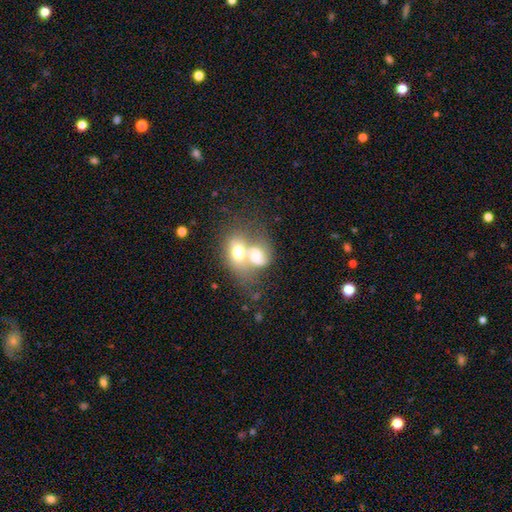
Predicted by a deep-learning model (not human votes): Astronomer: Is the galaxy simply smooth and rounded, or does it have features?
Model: smooth — 55% (runner-up: featured or disk, 36%).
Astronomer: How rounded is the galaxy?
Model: in between — 65%.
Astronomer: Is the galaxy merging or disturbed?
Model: merger — 75%.